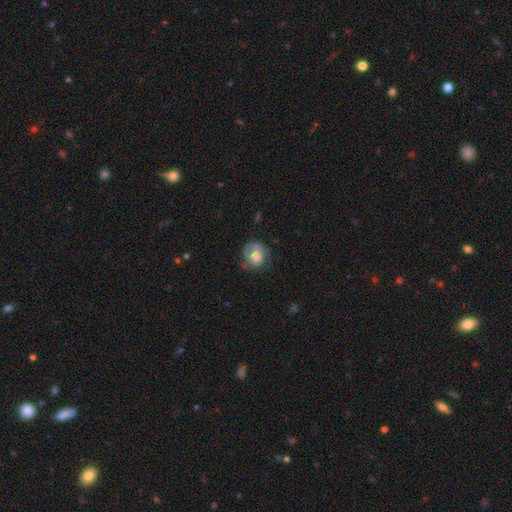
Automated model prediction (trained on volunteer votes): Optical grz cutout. It shows a featured or disk galaxy (51%). Merging: none (59%).